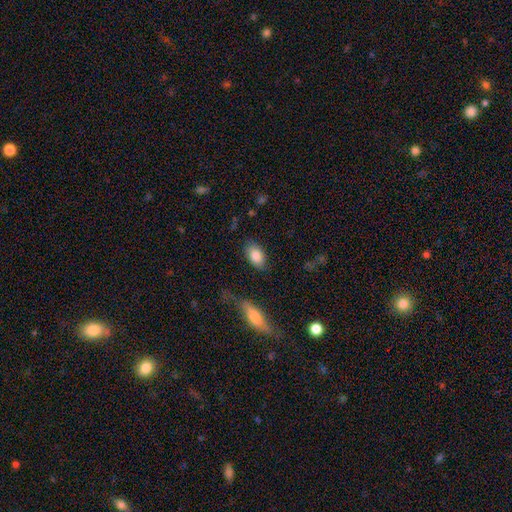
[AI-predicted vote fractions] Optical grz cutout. It shows a smooth galaxy with no disk features (86%) that is in between round and cigar-shaped (91%). Merging: none (81%).